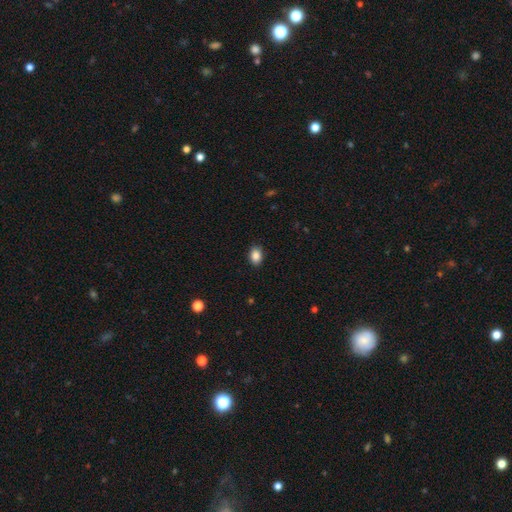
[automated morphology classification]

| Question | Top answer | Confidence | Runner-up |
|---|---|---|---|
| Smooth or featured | smooth | 88% | star or artifact (9%) |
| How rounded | in between | 76% | round (23%) |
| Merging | none | 89% | minor disturbance (8%) |